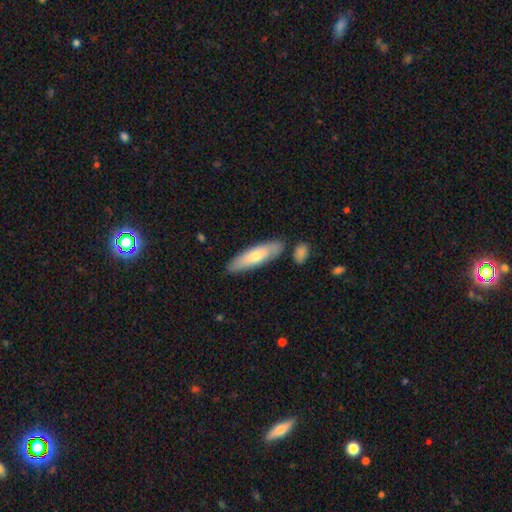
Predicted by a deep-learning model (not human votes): smooth_or_featured: smooth (p=0.64) [alt: featured or disk p=0.31]
how_rounded: cigar-shaped (p=0.60) [alt: in between p=0.39]
merging: none (p=0.78) [alt: minor disturbance p=0.13]